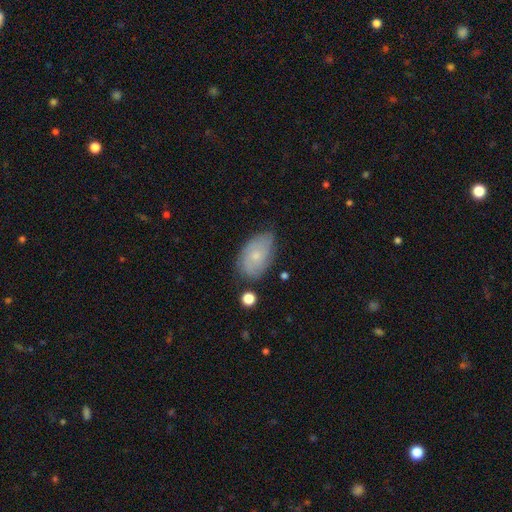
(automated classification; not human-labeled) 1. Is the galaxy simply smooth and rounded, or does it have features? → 51% smooth, 42% featured or disk, 8% star or artifact.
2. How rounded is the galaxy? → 90% in between, 8% round, 2% cigar-shaped.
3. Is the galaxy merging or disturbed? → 63% none, 28% minor disturbance, 6% major disturbance, 3% merger.